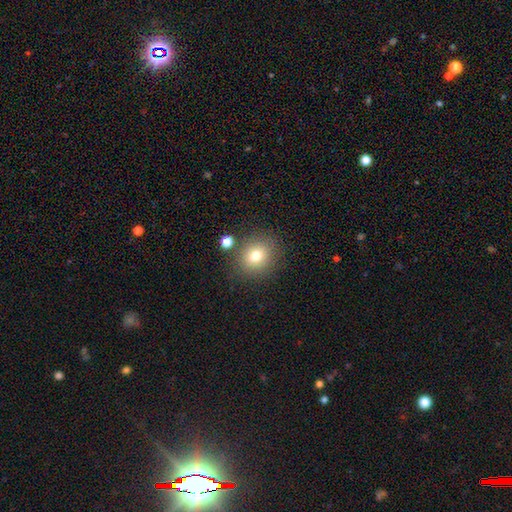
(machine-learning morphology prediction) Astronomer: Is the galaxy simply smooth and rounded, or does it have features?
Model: smooth — 75%.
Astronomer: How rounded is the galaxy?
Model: round — 77%.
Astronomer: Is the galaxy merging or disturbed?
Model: none — 81%.